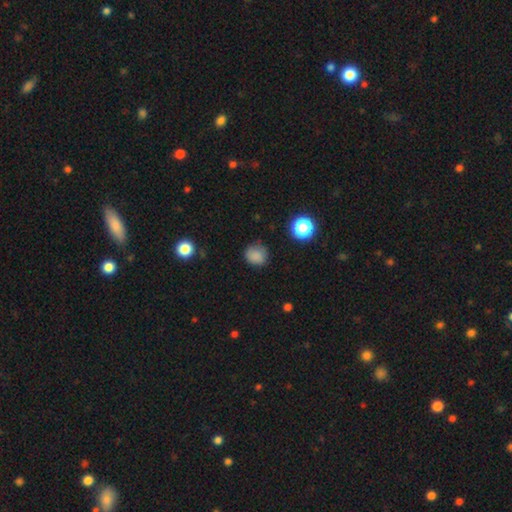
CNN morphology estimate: Smooth or featured: smooth — 83% (star or artifact — 12%)
How rounded: round — 84% (in between — 15%)
Merging: none — 77% (minor disturbance — 17%)